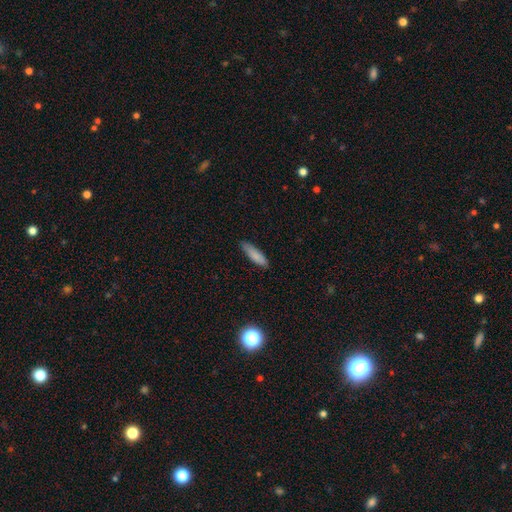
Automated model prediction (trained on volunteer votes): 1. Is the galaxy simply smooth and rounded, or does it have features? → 84% smooth, 9% featured or disk, 7% star or artifact.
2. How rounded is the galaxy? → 60% cigar-shaped, 39% in between, 2% round.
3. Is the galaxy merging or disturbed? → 81% none, 16% minor disturbance, 2% major disturbance, 1% merger.